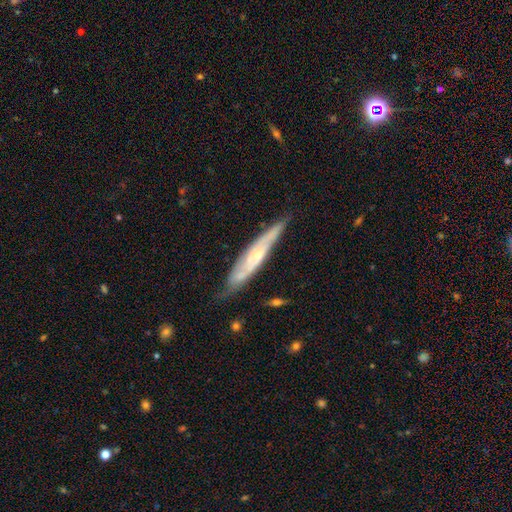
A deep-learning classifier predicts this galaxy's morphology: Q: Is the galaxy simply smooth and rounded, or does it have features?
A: featured or disk — 67%.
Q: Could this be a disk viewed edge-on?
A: yes — 58%.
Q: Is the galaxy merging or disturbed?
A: none — 70%.